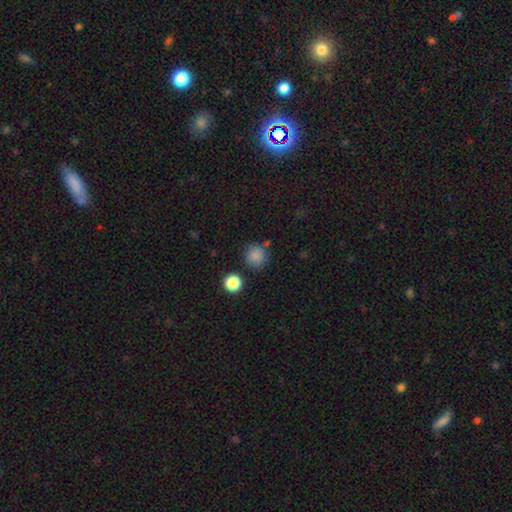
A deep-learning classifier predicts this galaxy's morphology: Smooth or featured? smooth (84%)
How rounded? round (92%)
Merging? none (81%)